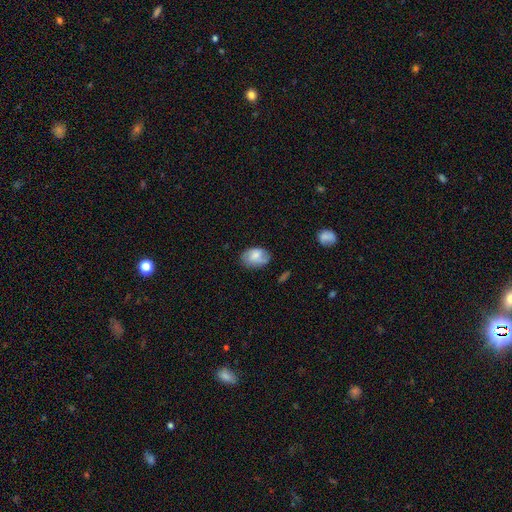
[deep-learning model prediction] Q: Smooth or featured?
A: smooth (64%); runner-up: featured or disk (28%)
Q: How rounded?
A: in between (82%); runner-up: round (17%)
Q: Merging?
A: none (68%); runner-up: minor disturbance (24%)